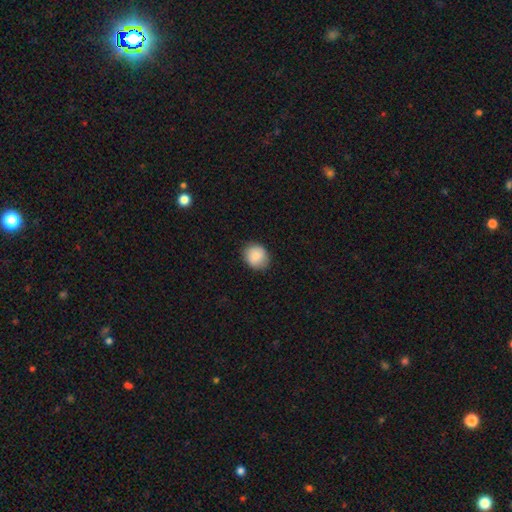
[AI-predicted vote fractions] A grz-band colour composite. It shows a smooth galaxy with no disk features (84%) that is round (70%). Merging: none (86%).